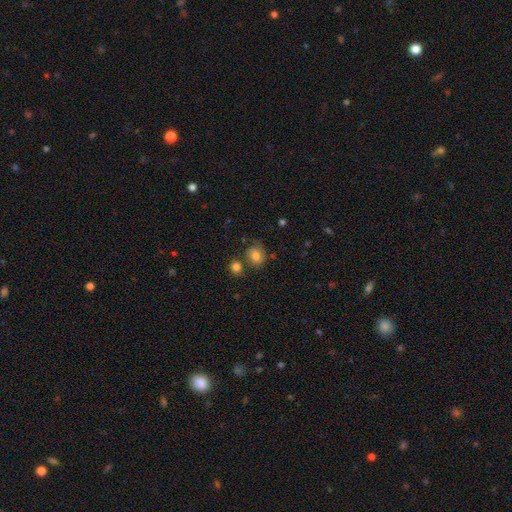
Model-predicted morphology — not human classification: This appears to be a smooth galaxy with no disk features (66%) that is round (55%). Merging: none (59%).